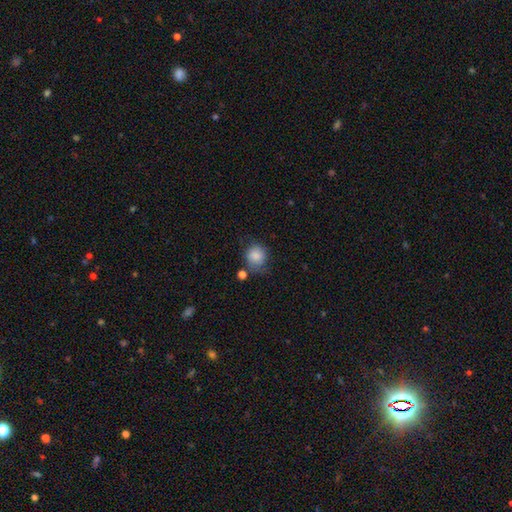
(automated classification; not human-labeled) The model was most divided on "merging": none: 64%, minor disturbance: 21%, merger: 7%, major disturbance: 7%. More confident: smooth or featured — smooth (85%); how rounded — round (82%).